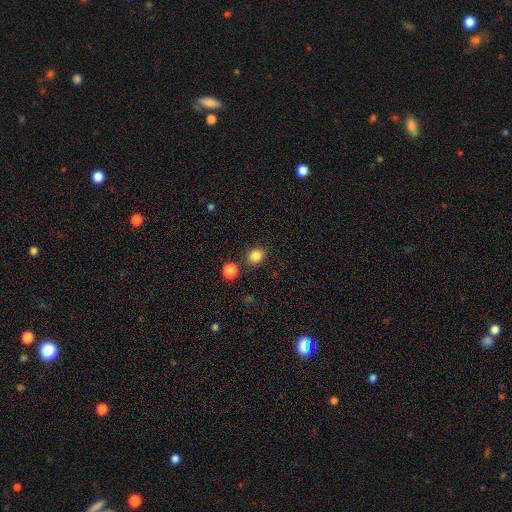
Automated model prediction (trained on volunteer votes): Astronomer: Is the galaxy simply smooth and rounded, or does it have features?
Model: smooth — 85%.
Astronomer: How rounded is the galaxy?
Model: round — 80%.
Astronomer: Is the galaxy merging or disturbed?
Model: none — 82%.